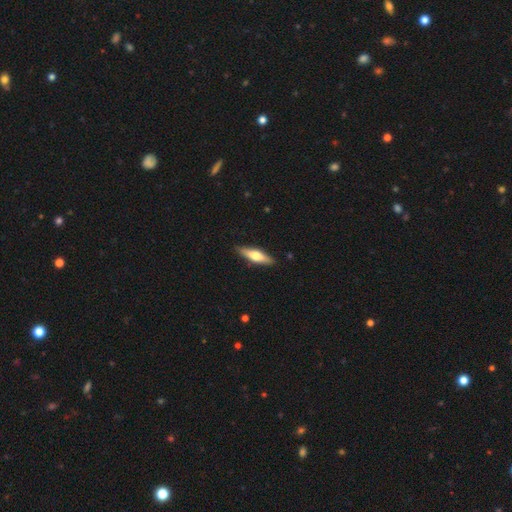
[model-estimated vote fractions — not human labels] Smooth or featured?
  - smooth: 54% *
  - featured or disk: 41%
  - star or artifact: 5%
How rounded?
  - cigar-shaped: 60% *
  - in between: 37%
  - round: 2%
Merging?
  - none: 89% *
  - minor disturbance: 9%
  - major disturbance: 2%
  - merger: 1%